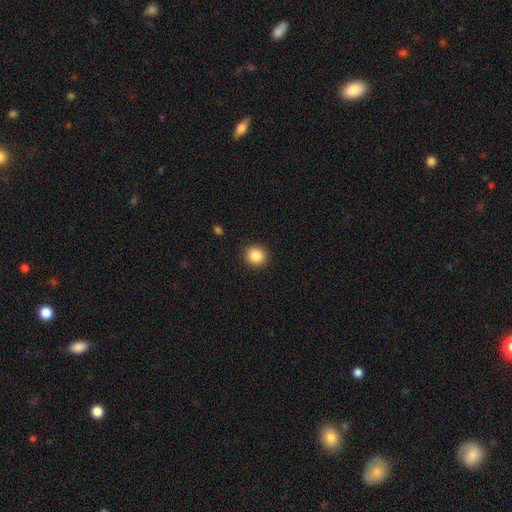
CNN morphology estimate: The model was most divided on "how rounded": round: 85%, in between: 14%, cigar-shaped: 1%. More confident: merging — none (91%); smooth or featured — smooth (87%).